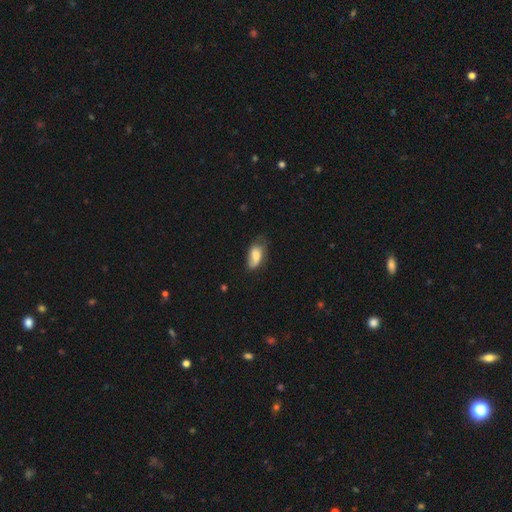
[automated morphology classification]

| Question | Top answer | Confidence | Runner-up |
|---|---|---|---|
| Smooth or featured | smooth | 70% | featured or disk (23%) |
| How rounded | in between | 91% | cigar-shaped (5%) |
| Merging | none | 43% | minor disturbance (36%) |